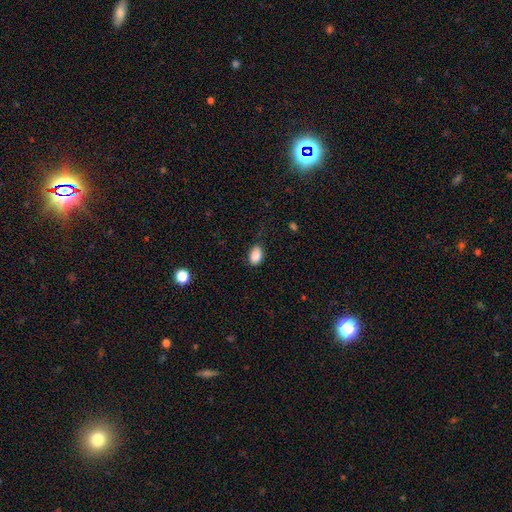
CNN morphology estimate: Smooth or featured? Predicted: smooth (p=0.87). How rounded? Predicted: in between (p=0.84). Merging? Predicted: none (p=0.73).